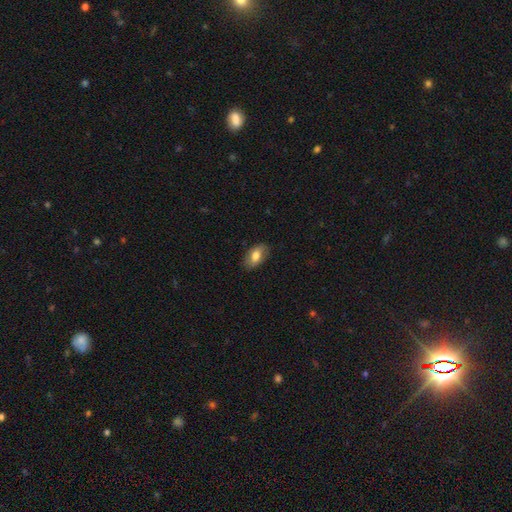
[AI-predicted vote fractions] Q: Smooth or featured?
A: smooth (74%); runner-up: featured or disk (19%)
Q: How rounded?
A: in between (91%); runner-up: round (6%)
Q: Merging?
A: none (82%); runner-up: minor disturbance (14%)